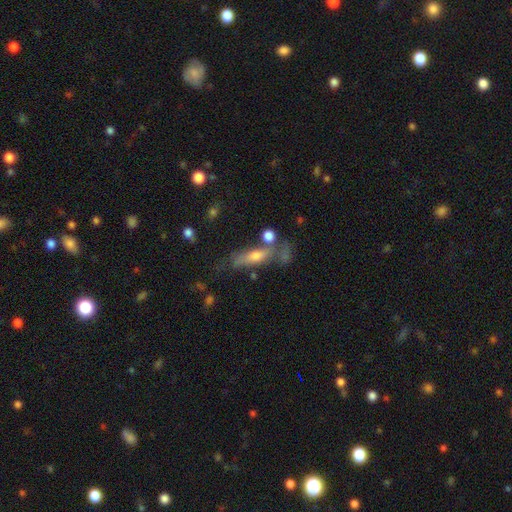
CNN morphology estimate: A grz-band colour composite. It shows a featured or disk galaxy (45%). Merging: none (45%).